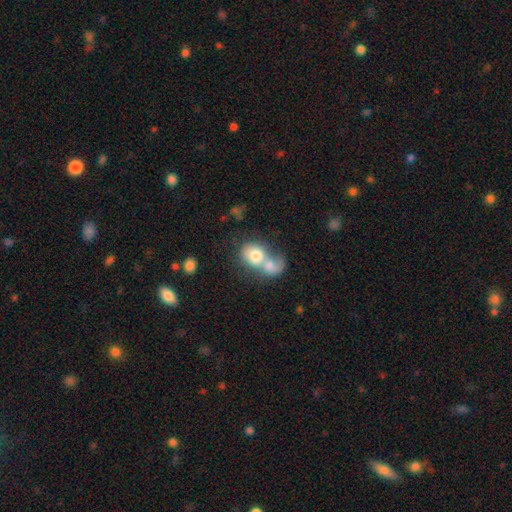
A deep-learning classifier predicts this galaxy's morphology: type=smooth (69%); roundness=round (57%); merging=merger (76%).